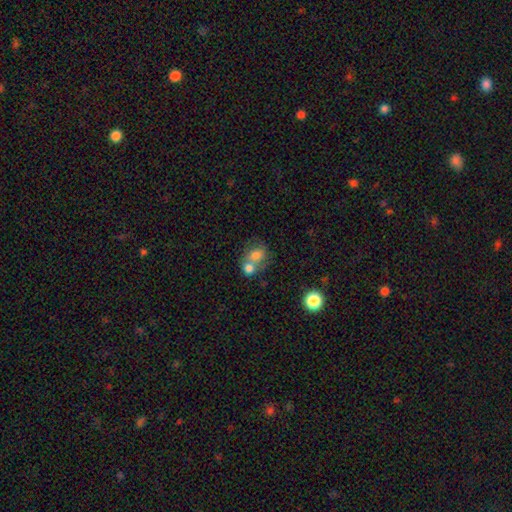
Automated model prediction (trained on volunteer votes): Q: Smooth or featured?
A: smooth (72%); runner-up: featured or disk (17%)
Q: How rounded?
A: round (54%); runner-up: in between (45%)
Q: Merging?
A: merger (56%); runner-up: none (30%)